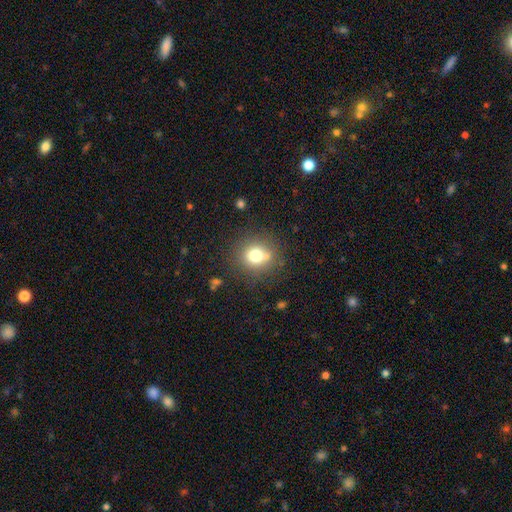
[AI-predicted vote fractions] This is likely a smooth galaxy (73%). How rounded: clearly round (84%). Merging: likely none (75%).